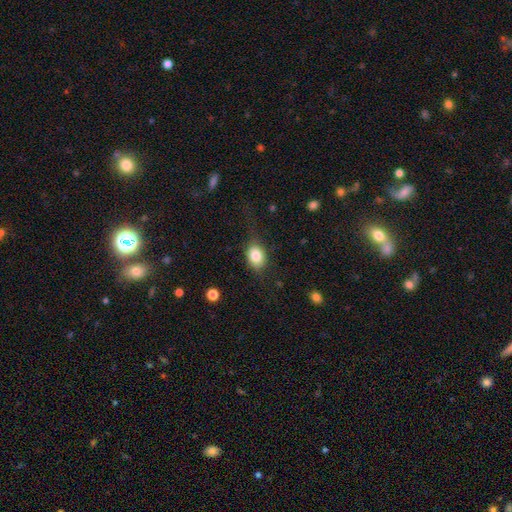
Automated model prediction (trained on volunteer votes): Morphology: type=smooth (83%); roundness=in between (66%); merging=none (65%).